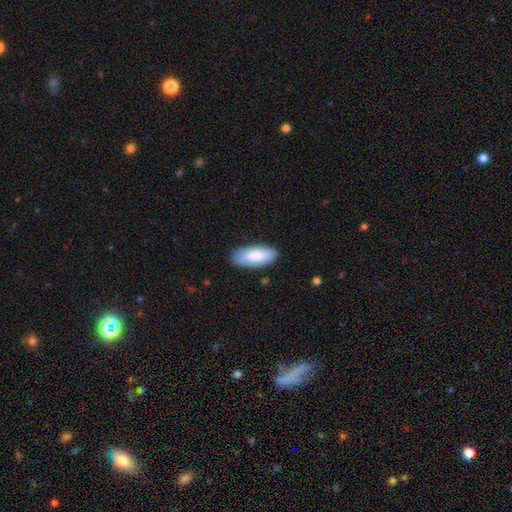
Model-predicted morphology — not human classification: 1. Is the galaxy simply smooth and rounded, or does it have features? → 83% smooth, 11% featured or disk, 5% star or artifact.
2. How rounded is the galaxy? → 84% in between, 14% cigar-shaped, 2% round.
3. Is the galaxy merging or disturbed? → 85% none, 12% minor disturbance, 2% major disturbance, 1% merger.